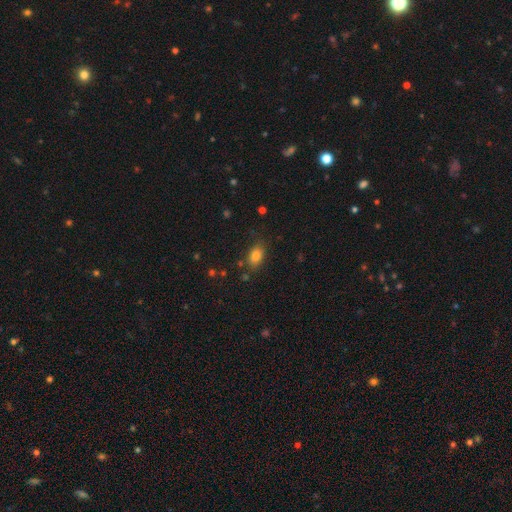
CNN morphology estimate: Q: Smooth or featured?
A: smooth (81%); runner-up: star or artifact (11%)
Q: How rounded?
A: in between (83%); runner-up: round (14%)
Q: Merging?
A: none (79%); runner-up: minor disturbance (14%)